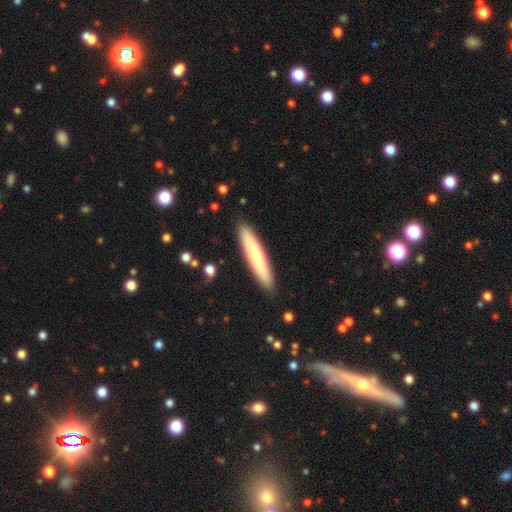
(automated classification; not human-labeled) This appears to be a smooth galaxy with no disk features (65%) that is cigar-shaped (90%). Merging: none (90%).